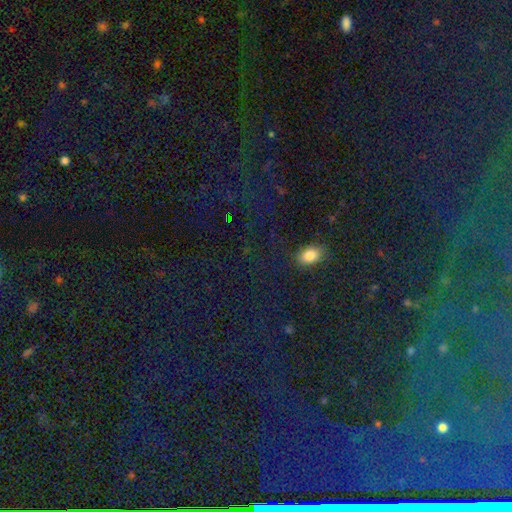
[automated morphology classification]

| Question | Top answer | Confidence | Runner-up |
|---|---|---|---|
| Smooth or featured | star or artifact | 66% | smooth (26%) |